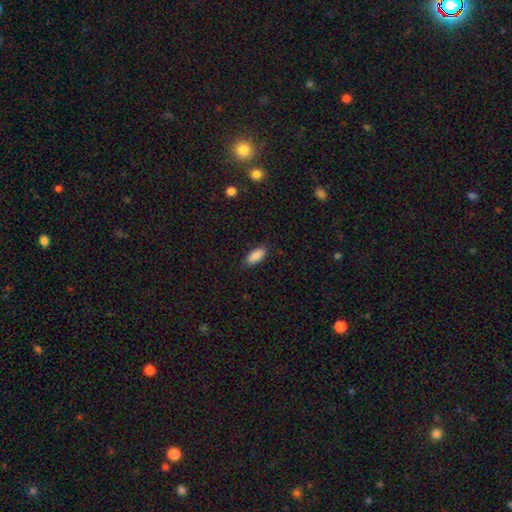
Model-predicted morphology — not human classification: Q: Smooth or featured?
A: smooth (89%); runner-up: star or artifact (7%)
Q: How rounded?
A: in between (88%); runner-up: cigar-shaped (9%)
Q: Merging?
A: none (86%); runner-up: minor disturbance (11%)